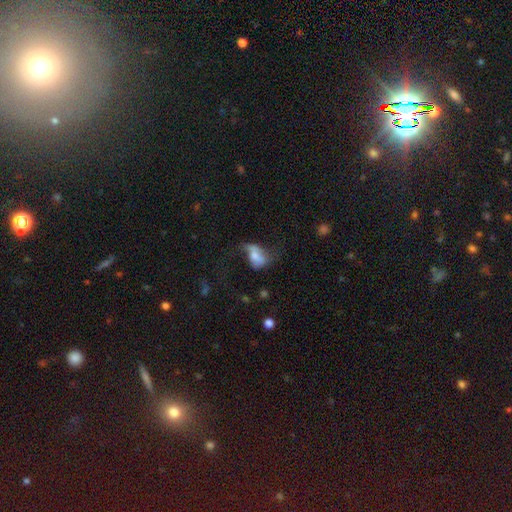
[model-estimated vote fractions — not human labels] Smooth or featured: smooth — 47% (featured or disk — 43%)
Merging: major disturbance — 39% (none — 29%)